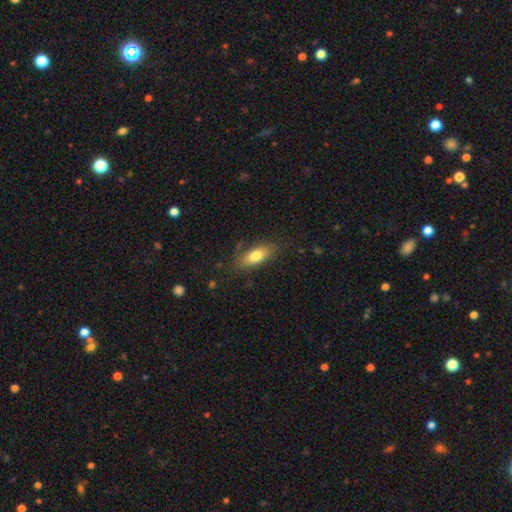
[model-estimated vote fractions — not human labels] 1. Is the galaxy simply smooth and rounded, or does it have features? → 77% smooth, 16% featured or disk, 7% star or artifact.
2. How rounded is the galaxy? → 80% in between, 16% cigar-shaped, 4% round.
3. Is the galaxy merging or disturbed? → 76% none, 17% minor disturbance, 5% major disturbance, 2% merger.